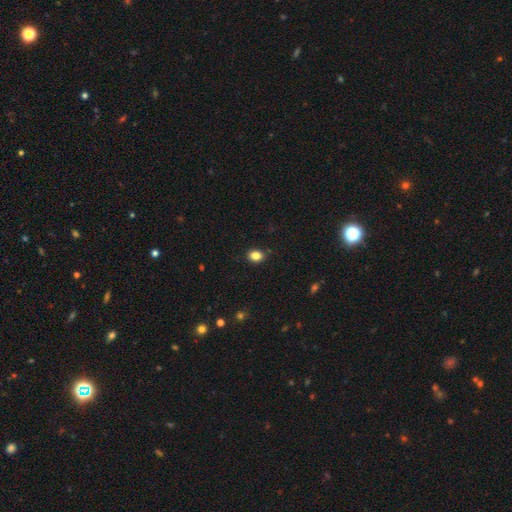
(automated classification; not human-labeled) Morphology: type=smooth (84%); roundness=in between (59%); merging=none (87%).